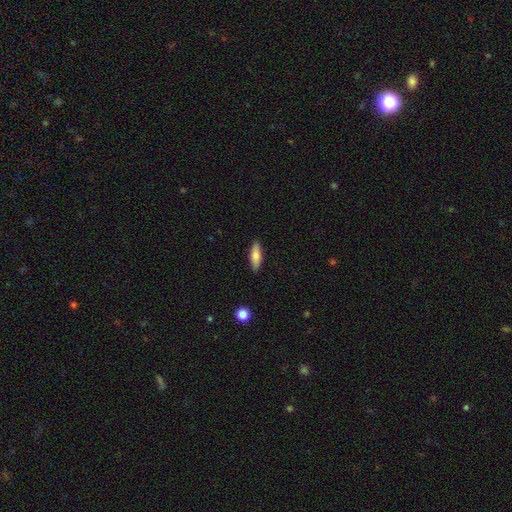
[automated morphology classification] Smooth or featured: smooth — 78% (featured or disk — 16%)
How rounded: in between — 53% (cigar-shaped — 44%)
Merging: none — 89% (minor disturbance — 8%)